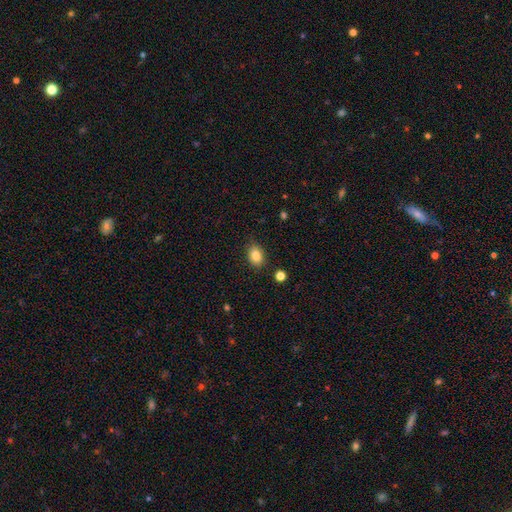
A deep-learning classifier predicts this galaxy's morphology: The model was most divided on "how rounded": in between: 77%, round: 22%, cigar-shaped: 1%. More confident: smooth or featured — smooth (86%); merging — none (83%).